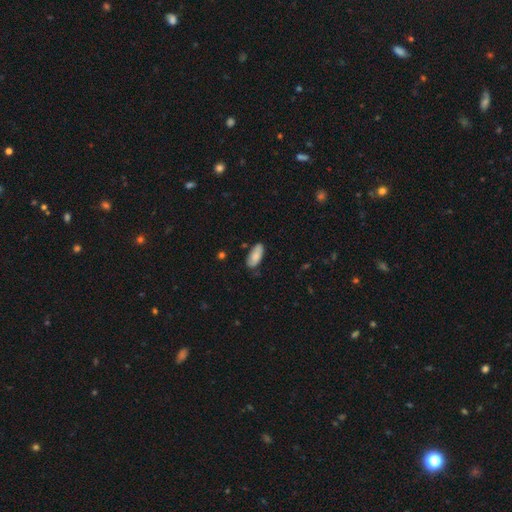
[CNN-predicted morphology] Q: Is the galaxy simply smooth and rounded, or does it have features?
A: smooth — 85%.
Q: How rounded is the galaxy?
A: in between — 87%.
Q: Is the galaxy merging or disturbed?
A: none — 75%.